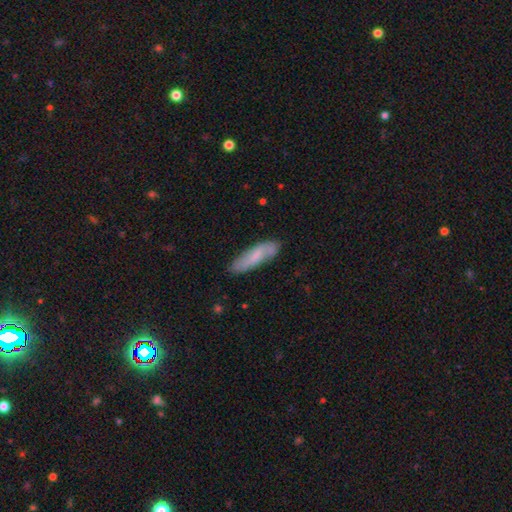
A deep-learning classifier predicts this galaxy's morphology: smooth 62%, featured or disk 31%, star or artifact 7%. Down the decision tree: how rounded — cigar-shaped (61%); merging — none (78%).